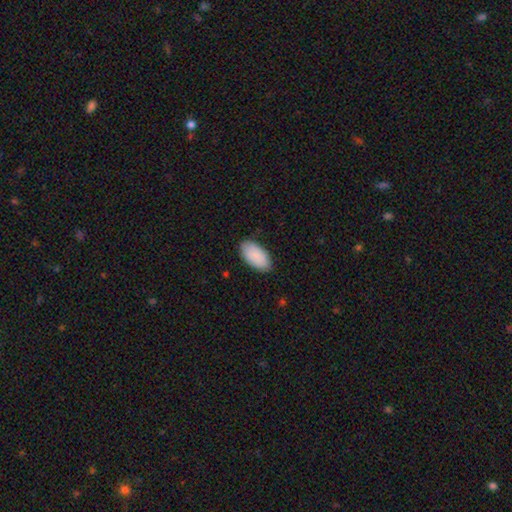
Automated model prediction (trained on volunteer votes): A smooth galaxy with no disk features (90%) that is in between round and cigar-shaped (96%). Merging: none (86%).